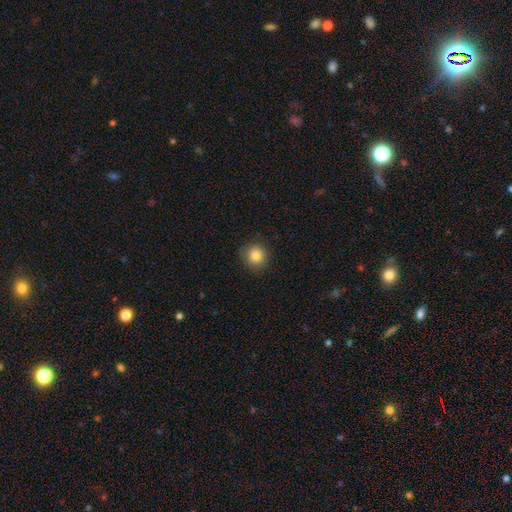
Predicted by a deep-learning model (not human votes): smooth_or_featured: smooth (p=0.84) [alt: star or artifact p=0.10]
how_rounded: round (p=0.91) [alt: in between p=0.08]
merging: none (p=0.89) [alt: minor disturbance p=0.08]